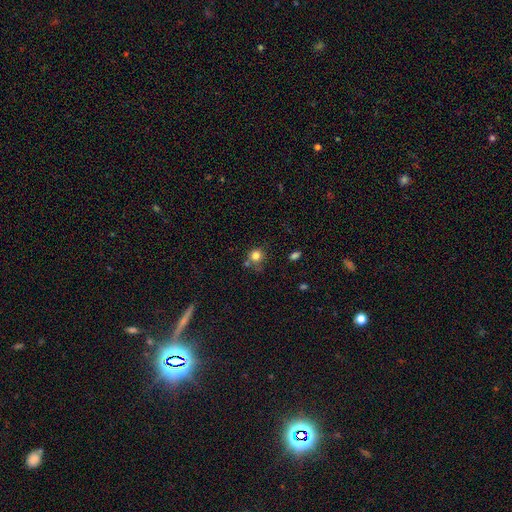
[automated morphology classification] Overall: smooth (81%). How rounded: round (90%). Merging: none (67%).